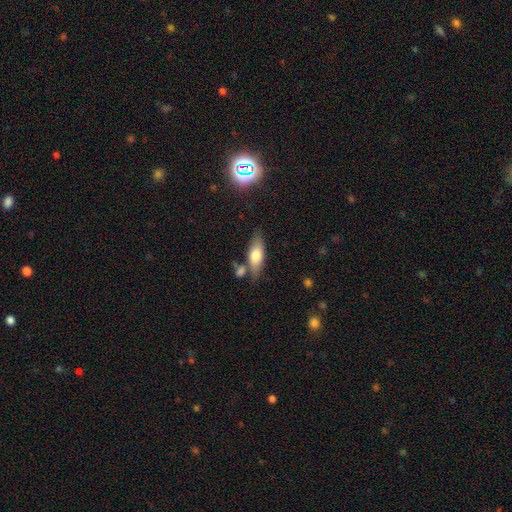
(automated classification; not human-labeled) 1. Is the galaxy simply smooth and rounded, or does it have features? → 67% smooth, 26% featured or disk, 7% star or artifact.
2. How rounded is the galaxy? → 66% in between, 30% cigar-shaped, 3% round.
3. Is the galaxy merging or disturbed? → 66% none, 15% minor disturbance, 14% merger, 4% major disturbance.